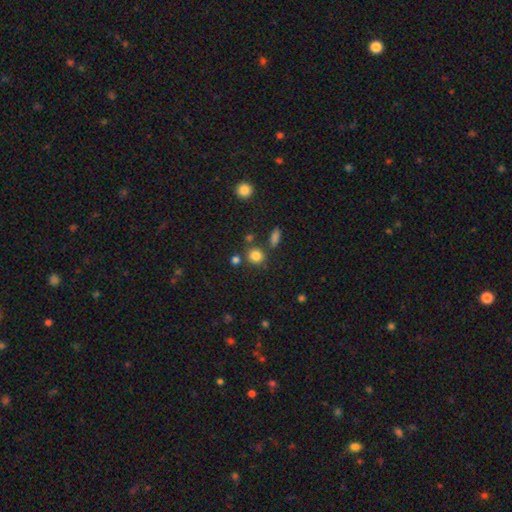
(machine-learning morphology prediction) smooth_or_featured: smooth (p=0.82) [alt: star or artifact p=0.13]
how_rounded: round (p=0.84) [alt: in between p=0.14]
merging: none (p=0.76) [alt: merger p=0.11]